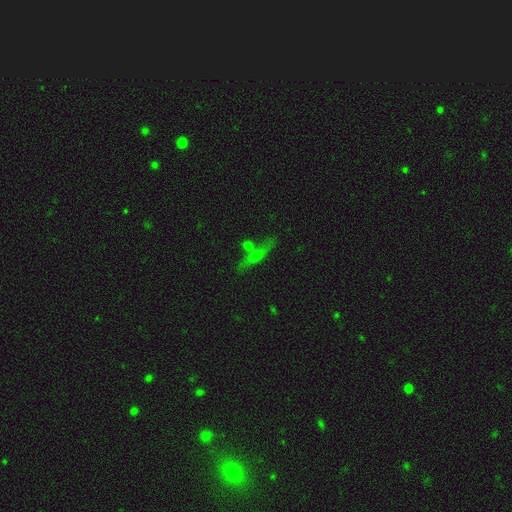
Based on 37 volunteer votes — Morphology: type=featured or disk (54%); edge-on=yes (90%); edge-on bulge=rounded (89%); merging=none (60%).